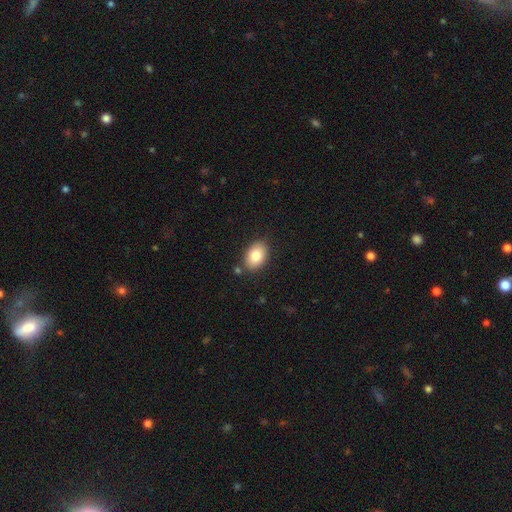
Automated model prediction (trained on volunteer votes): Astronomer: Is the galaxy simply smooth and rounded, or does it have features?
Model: smooth — 83%.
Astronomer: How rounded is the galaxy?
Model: in between — 86%.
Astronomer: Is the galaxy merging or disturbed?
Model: none — 84%.